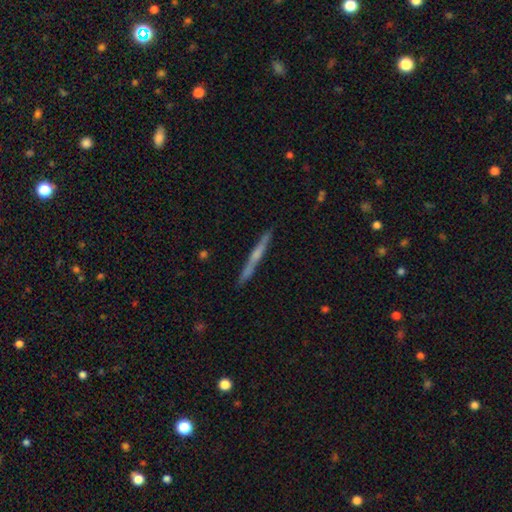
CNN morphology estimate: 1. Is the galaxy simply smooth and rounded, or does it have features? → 63% featured or disk, 31% smooth, 6% star or artifact.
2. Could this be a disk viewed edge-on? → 98% yes, 2% no.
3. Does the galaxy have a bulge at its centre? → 49% rounded, 44% none, 7% boxy.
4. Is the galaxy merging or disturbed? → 90% none, 7% minor disturbance, 1% major disturbance, 1% merger.